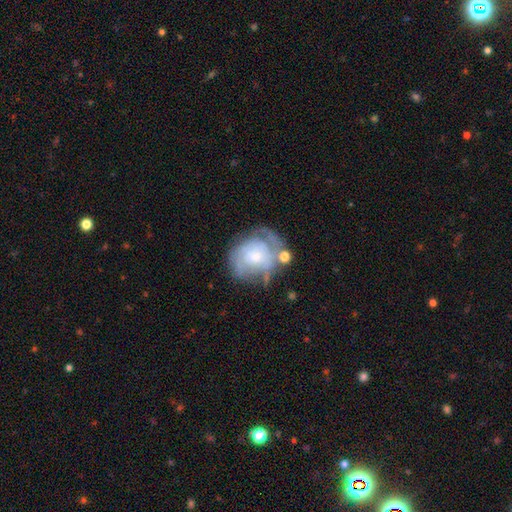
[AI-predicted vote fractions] Smooth or featured: featured or disk — 68% (smooth — 25%)
Edge-on disk: no — 97% (yes — 3%)
Bar: no — 76% (weak — 21%)
Spiral arms: yes — 75% (no — 25%)
Bulge size: small — 53% (moderate — 33%)
Merging: none — 47% (minor disturbance — 24%)